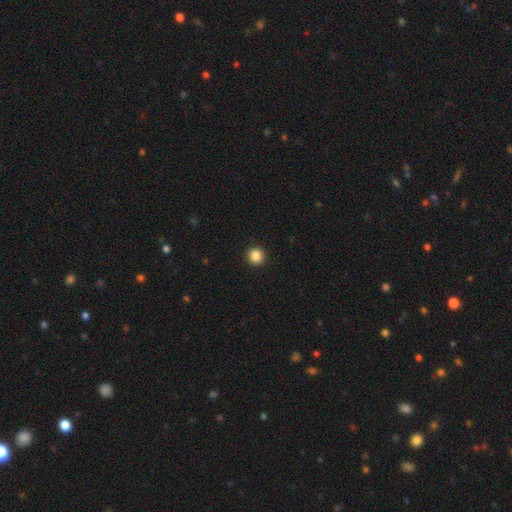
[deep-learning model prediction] The model was most divided on "smooth or featured": smooth: 86%, star or artifact: 10%, featured or disk: 4%. More confident: how rounded — round (93%); merging — none (93%).